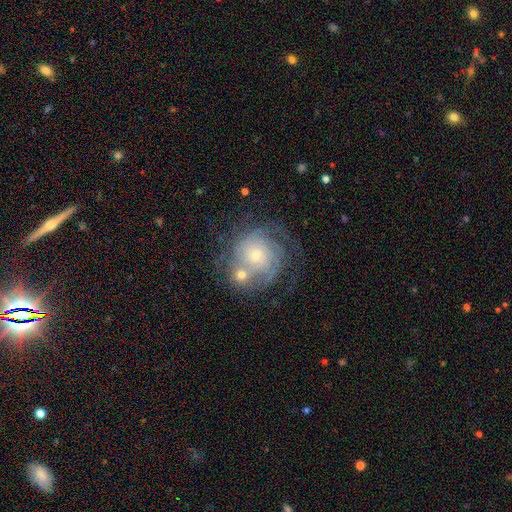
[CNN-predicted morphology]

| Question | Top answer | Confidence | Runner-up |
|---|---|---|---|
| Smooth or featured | featured or disk | 80% | smooth (13%) |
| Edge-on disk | no | 97% | yes (3%) |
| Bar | no | 77% | weak (20%) |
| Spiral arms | yes | 94% | no (6%) |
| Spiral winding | tight | 67% | medium (25%) |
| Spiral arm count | can't tell | 34% | 3 (24%) |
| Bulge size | small | 61% | moderate (33%) |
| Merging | none | 53% | merger (19%) |